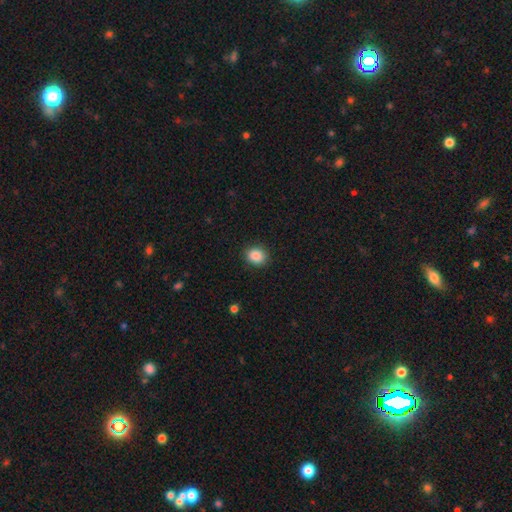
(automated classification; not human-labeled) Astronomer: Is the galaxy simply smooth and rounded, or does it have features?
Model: smooth — 87%.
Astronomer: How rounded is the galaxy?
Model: round — 66%.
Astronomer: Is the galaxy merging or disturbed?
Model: none — 89%.